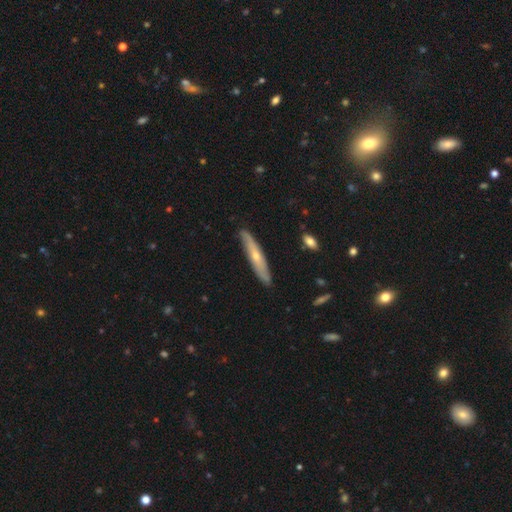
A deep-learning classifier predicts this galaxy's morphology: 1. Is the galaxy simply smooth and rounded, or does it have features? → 58% featured or disk, 36% smooth, 6% star or artifact.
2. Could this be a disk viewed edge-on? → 80% yes, 20% no.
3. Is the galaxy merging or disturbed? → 86% none, 11% minor disturbance, 2% major disturbance, 1% merger.